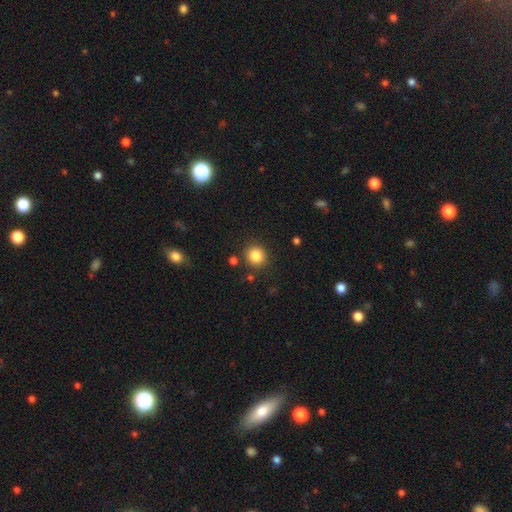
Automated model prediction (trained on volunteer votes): Morphology: type=smooth (84%); roundness=round (88%); merging=none (87%).